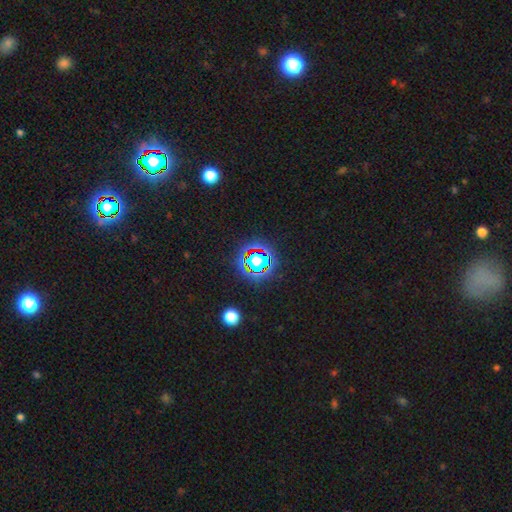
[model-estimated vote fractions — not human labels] star or artifact 65%, smooth 23%, featured or disk 12%.